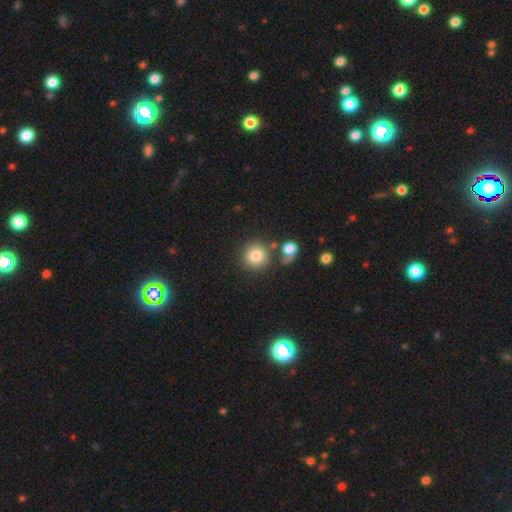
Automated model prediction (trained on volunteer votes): Morphology: type=smooth (81%); roundness=round (92%); merging=none (68%).